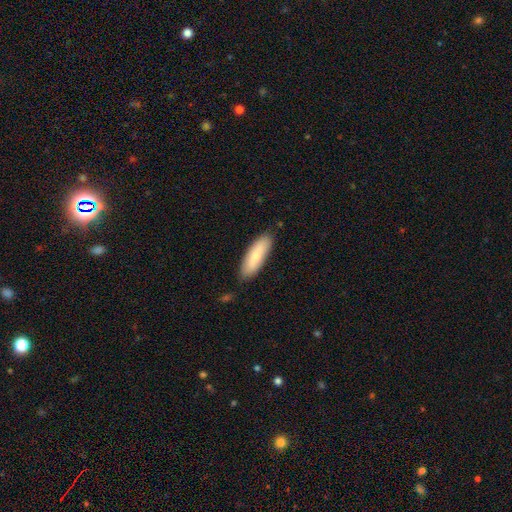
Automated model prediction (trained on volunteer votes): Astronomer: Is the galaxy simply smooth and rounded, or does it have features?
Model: smooth — 80%.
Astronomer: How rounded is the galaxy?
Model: in between — 52% (runner-up: cigar-shaped, 47%).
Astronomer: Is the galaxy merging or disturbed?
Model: none — 83%.